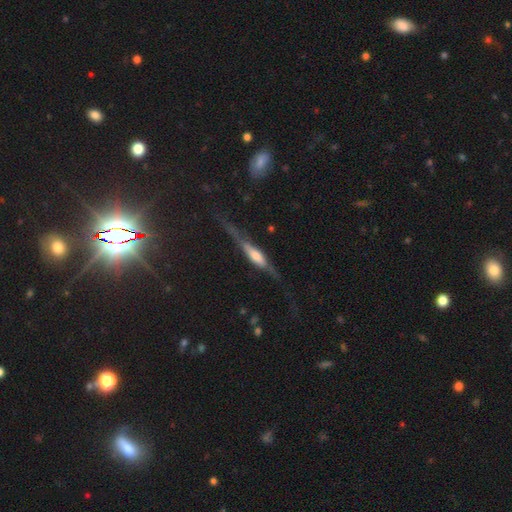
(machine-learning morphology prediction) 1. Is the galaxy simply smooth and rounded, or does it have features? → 68% featured or disk, 26% smooth, 6% star or artifact.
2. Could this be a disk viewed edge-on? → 90% yes, 10% no.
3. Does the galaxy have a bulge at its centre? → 57% rounded, 35% boxy, 9% none.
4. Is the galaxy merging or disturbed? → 60% none, 22% minor disturbance, 15% major disturbance, 3% merger.